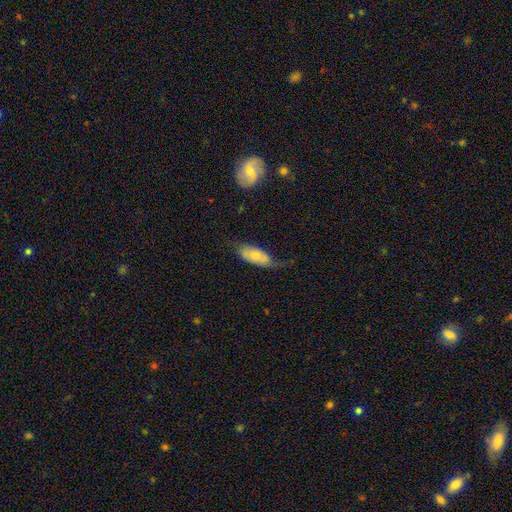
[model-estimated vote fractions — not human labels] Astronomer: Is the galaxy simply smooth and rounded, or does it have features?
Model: smooth — 63%.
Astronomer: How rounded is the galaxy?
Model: in between — 84%.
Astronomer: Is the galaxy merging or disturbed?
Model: none — 48% (runner-up: minor disturbance, 33%).